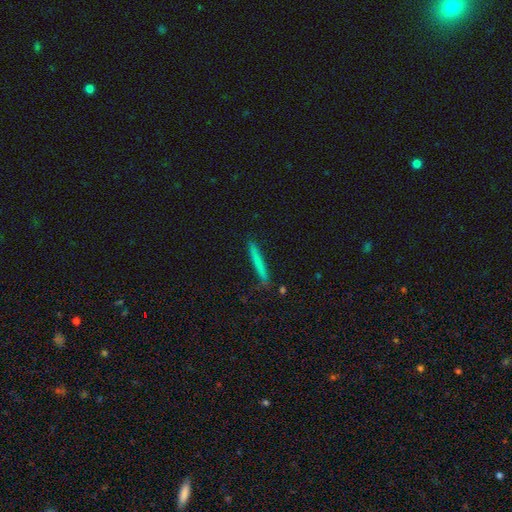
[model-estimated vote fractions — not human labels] Morphology: type=smooth (71%); roundness=cigar-shaped (96%); merging=none (83%).